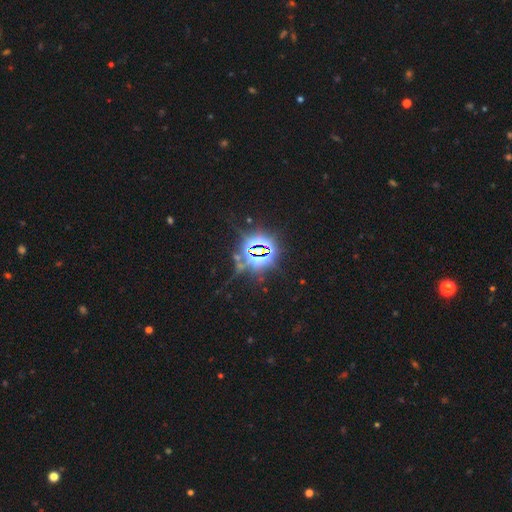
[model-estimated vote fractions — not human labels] The model was most divided on "smooth or featured": star or artifact: 85%, smooth: 8%, featured or disk: 7%.